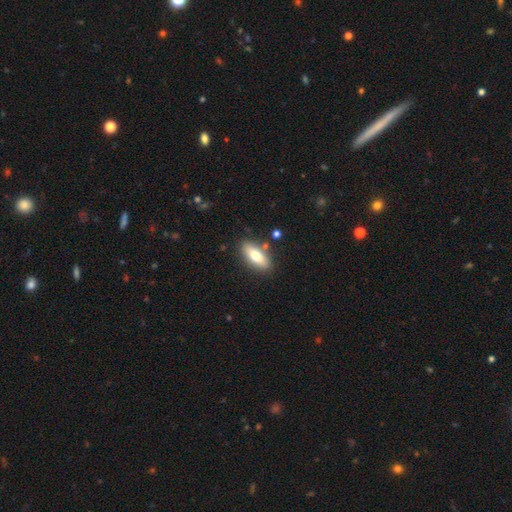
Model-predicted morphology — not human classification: This is likely a smooth galaxy (70%). How rounded: likely in between (77%). Merging: clearly none (83%).